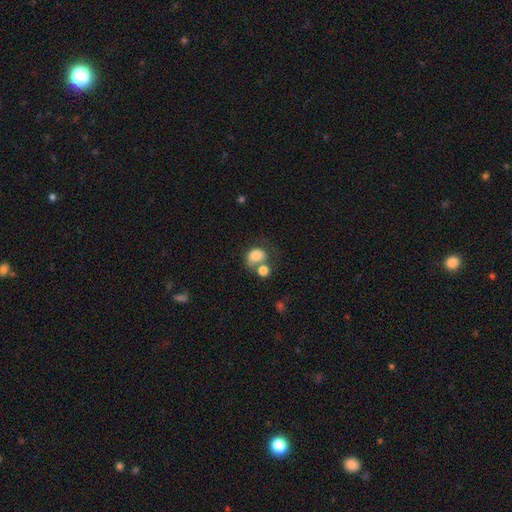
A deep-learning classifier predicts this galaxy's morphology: smooth-or-featured: smooth: 80% | featured or disk: 10% | star or artifact: 9%
  how-rounded: round: 51% | in between: 48% | cigar-shaped: 1%
  merging: merger: 43% | none: 31% | minor disturbance: 15% | major disturbance: 12%